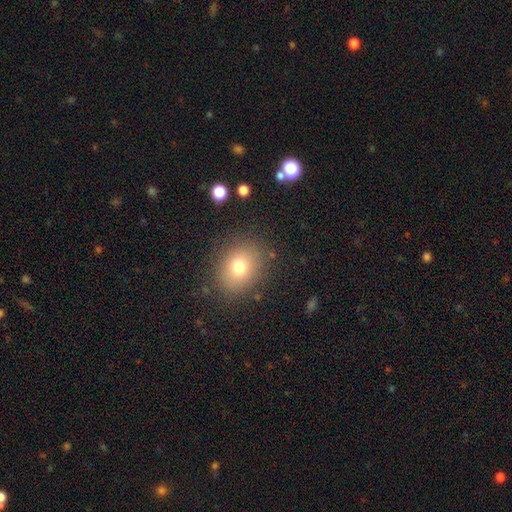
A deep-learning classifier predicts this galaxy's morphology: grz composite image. It shows a smooth galaxy with no disk features (72%) that is round (59%). Merging: none (88%).